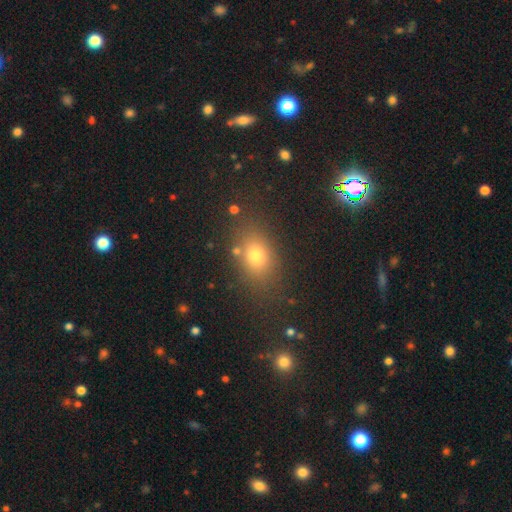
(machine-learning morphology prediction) Smooth or featured? Predicted: smooth (p=0.72). How rounded? Predicted: in between (p=0.64). Merging? Predicted: none (p=0.81).